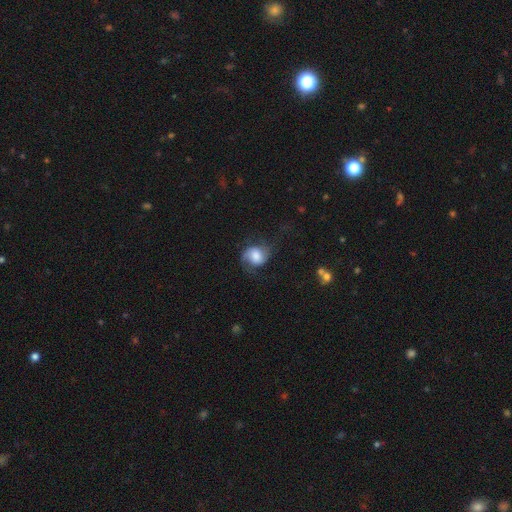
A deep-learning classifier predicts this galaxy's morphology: smooth-or-featured: featured or disk: 48% | smooth: 43% | star or artifact: 9%
  merging: none: 51% | minor disturbance: 24% | major disturbance: 23% | merger: 2%